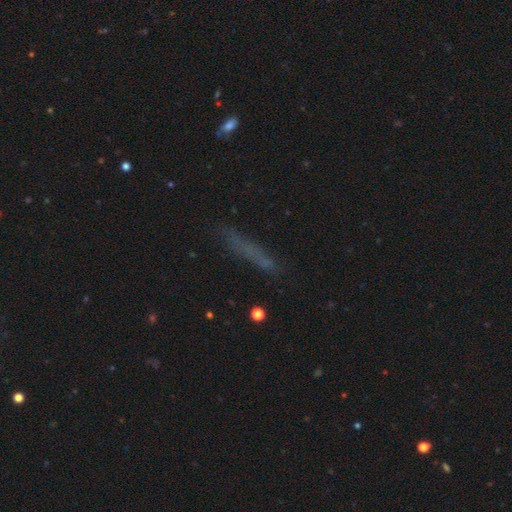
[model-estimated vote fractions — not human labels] smooth 55%, featured or disk 27%, star or artifact 18%. Down the decision tree: how rounded — cigar-shaped (90%); merging — none (80%).